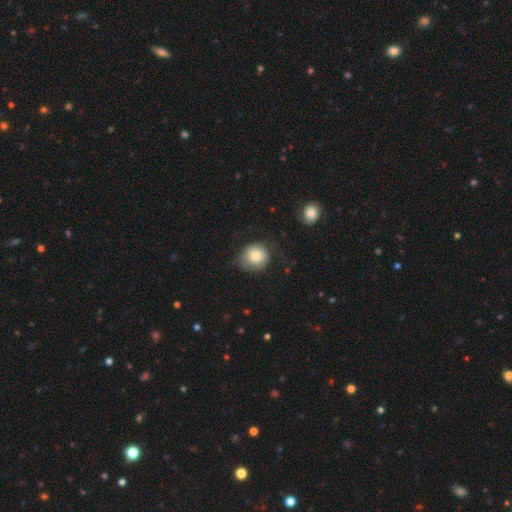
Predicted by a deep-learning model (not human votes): This appears to be a smooth galaxy with no disk features (79%) that is round (86%). Merging: none (57%).